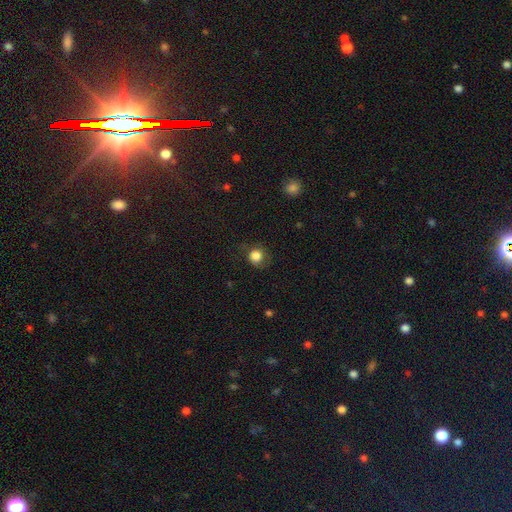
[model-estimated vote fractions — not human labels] Overall: smooth (83%). How rounded: round (86%). Merging: none (70%).